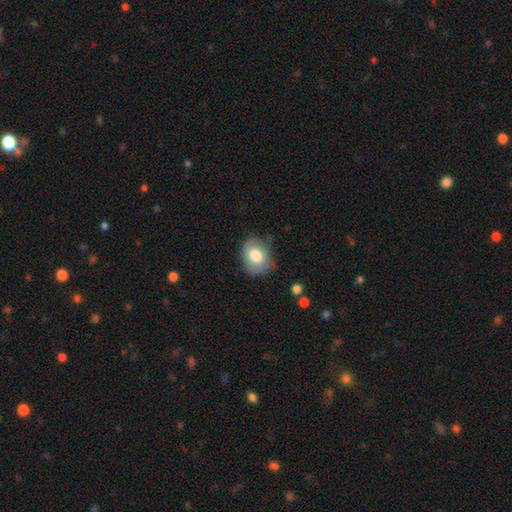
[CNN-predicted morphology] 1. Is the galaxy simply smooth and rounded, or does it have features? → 75% smooth, 17% featured or disk, 7% star or artifact.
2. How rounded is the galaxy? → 60% in between, 39% round, 1% cigar-shaped.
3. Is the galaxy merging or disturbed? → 70% none, 22% minor disturbance, 6% major disturbance, 1% merger.